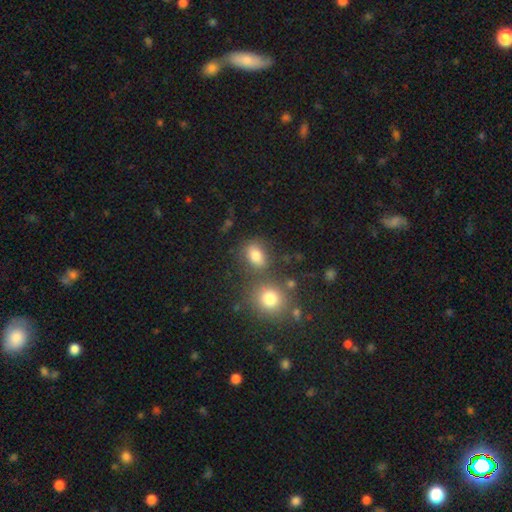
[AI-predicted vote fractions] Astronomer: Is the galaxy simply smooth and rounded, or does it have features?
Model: smooth — 77%.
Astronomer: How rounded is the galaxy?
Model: in between — 71%.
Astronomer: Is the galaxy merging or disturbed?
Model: none — 64%.